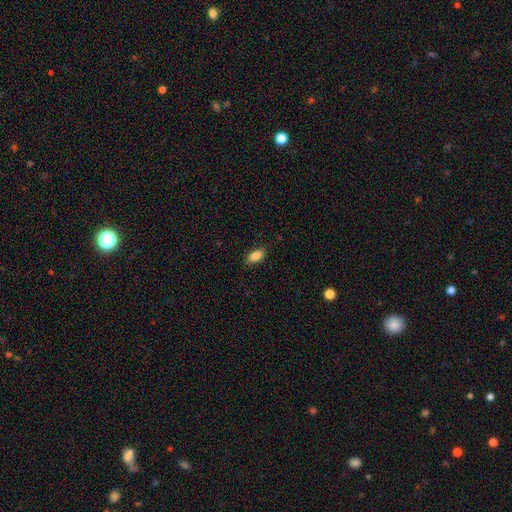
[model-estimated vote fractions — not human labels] Morphology: type=smooth (85%); roundness=in between (90%); merging=none (86%).